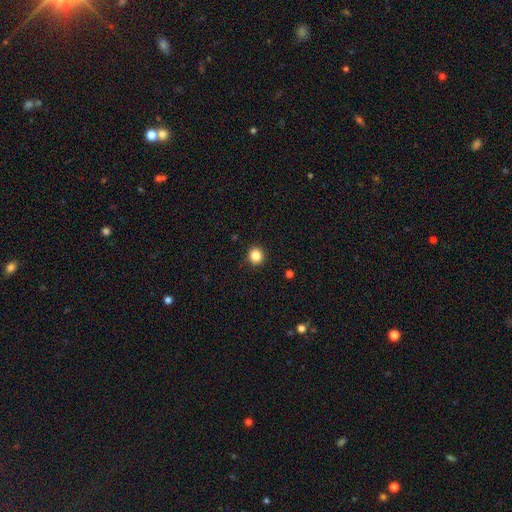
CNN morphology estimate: Smooth or featured?
  - smooth: 85% *
  - star or artifact: 11%
  - featured or disk: 4%
How rounded?
  - round: 91% *
  - in between: 8%
  - cigar-shaped: 1%
Merging?
  - none: 92% *
  - minor disturbance: 5%
  - major disturbance: 2%
  - merger: 1%